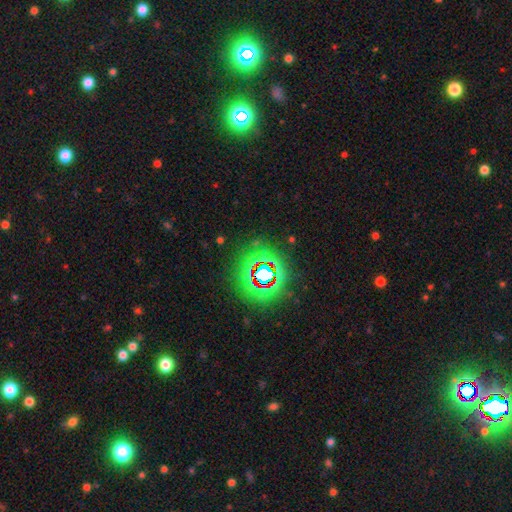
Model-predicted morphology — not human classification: Smooth or featured: star or artifact — 77% (smooth — 12%)